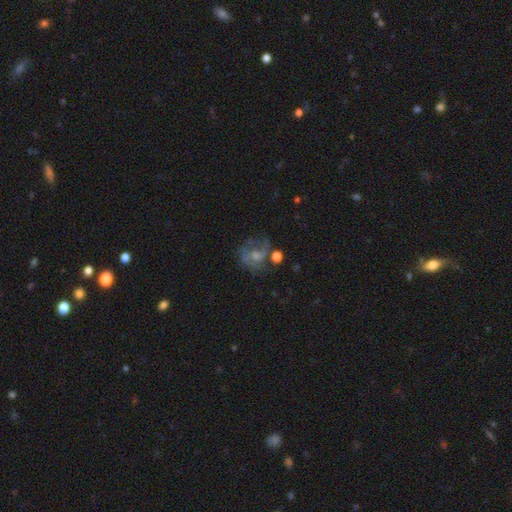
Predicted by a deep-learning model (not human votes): featured or disk 49%, smooth 29%, star or artifact 22%. Down the decision tree: merging — none (53%).